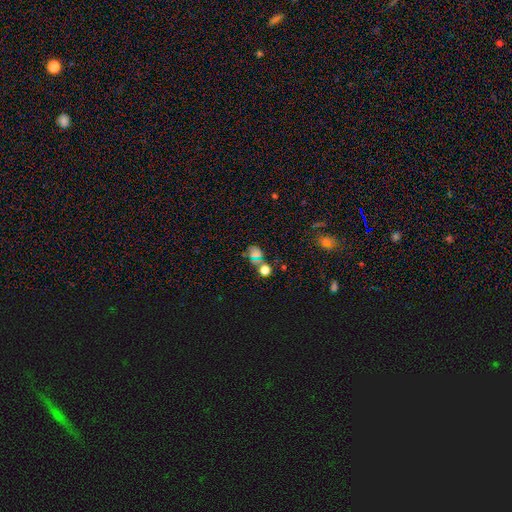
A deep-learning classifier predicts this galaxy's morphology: Smooth or featured: smooth — 47% (star or artifact — 38%)
Merging: none — 56% (merger — 18%)